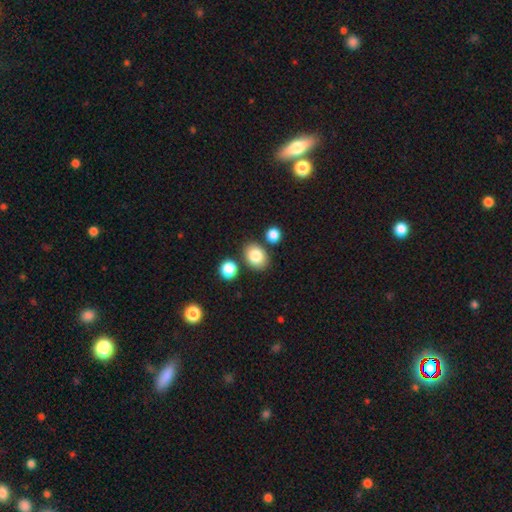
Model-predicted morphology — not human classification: A smooth galaxy with no disk features (83%) that is in between round and cigar-shaped (64%). Merging: none (79%).